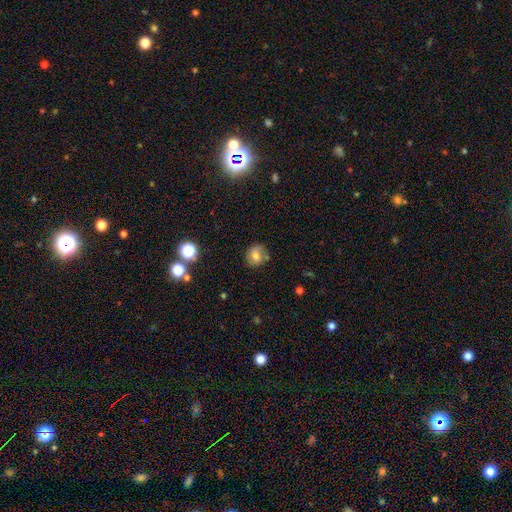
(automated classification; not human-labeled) The model was most divided on "smooth or featured": smooth: 52%, featured or disk: 35%, star or artifact: 13%. More confident: how rounded — round (73%); merging — none (68%).